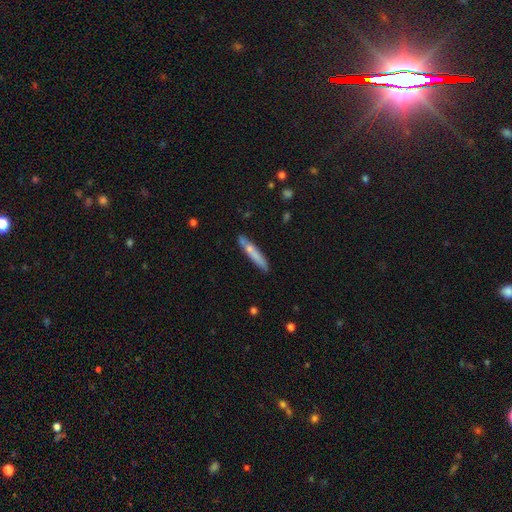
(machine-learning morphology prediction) Smooth or featured: smooth — 60% (featured or disk — 33%)
How rounded: cigar-shaped — 93% (in between — 5%)
Merging: none — 79% (minor disturbance — 14%)